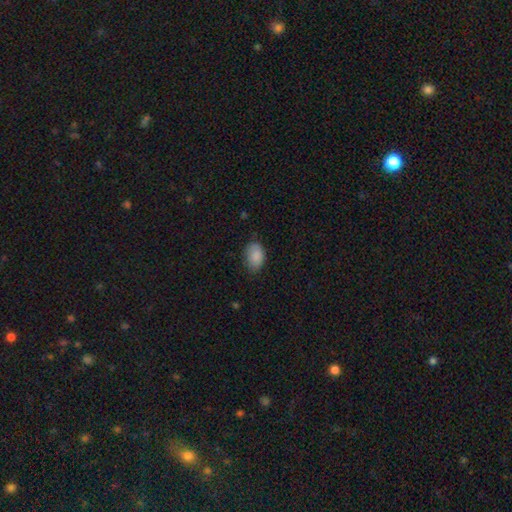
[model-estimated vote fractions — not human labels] This appears to be a smooth galaxy with no disk features (88%) that is in between round and cigar-shaped (86%). Merging: none (71%).